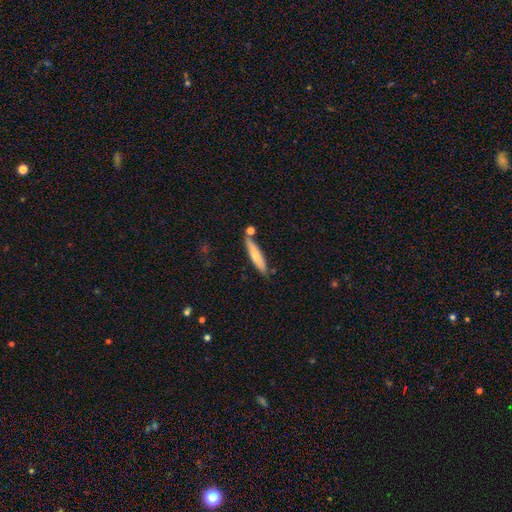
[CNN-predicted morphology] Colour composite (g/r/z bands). It shows a smooth galaxy with no disk features (70%) that is cigar-shaped (88%). Merging: none (74%).